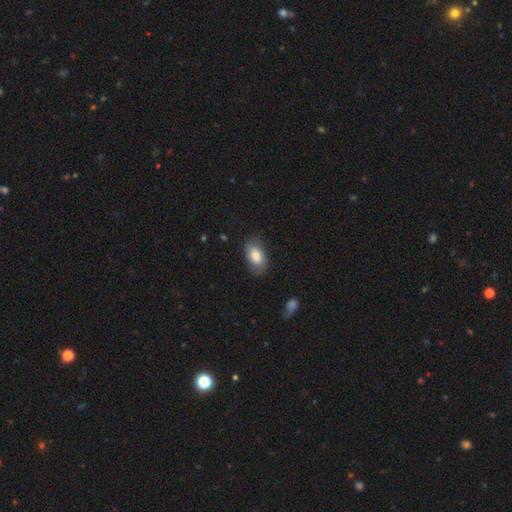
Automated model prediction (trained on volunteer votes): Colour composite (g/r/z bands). It shows a smooth galaxy with no disk features (81%) that is in between round and cigar-shaped (92%). Merging: none (77%).